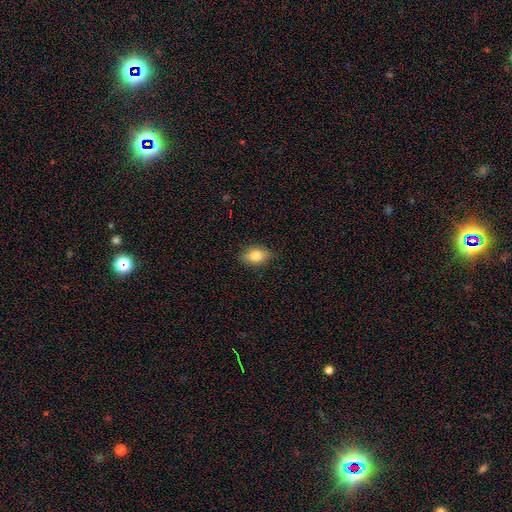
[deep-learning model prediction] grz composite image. It shows a smooth galaxy with no disk features (81%) that is in between round and cigar-shaped (80%). Merging: none (85%).